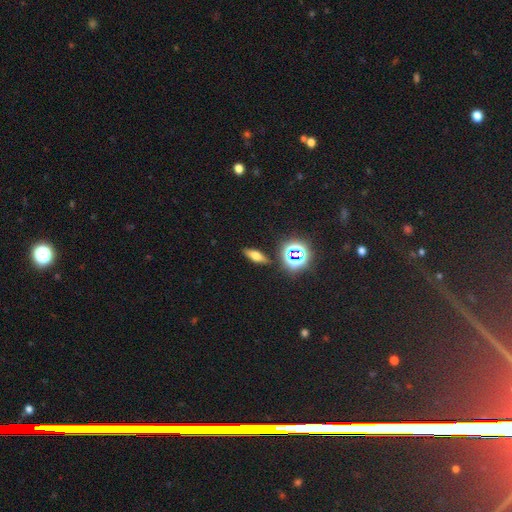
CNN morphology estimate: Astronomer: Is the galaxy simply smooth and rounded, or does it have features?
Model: smooth — 51% (runner-up: featured or disk, 30%).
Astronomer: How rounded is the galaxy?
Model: in between — 52% (runner-up: cigar-shaped, 39%).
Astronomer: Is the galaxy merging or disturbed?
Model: none — 86%.